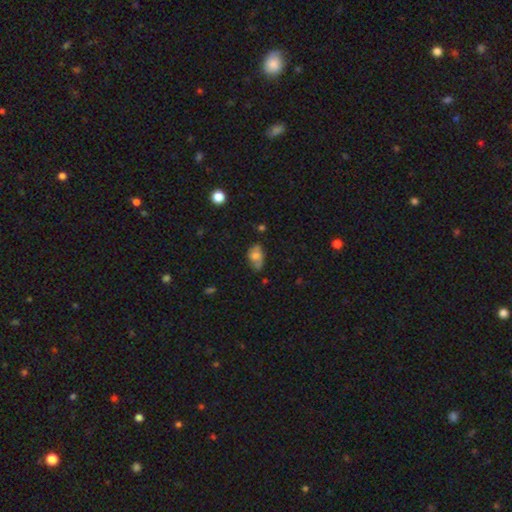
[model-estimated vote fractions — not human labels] Morphology: type=smooth (53%); roundness=in between (81%); merging=none (52%).